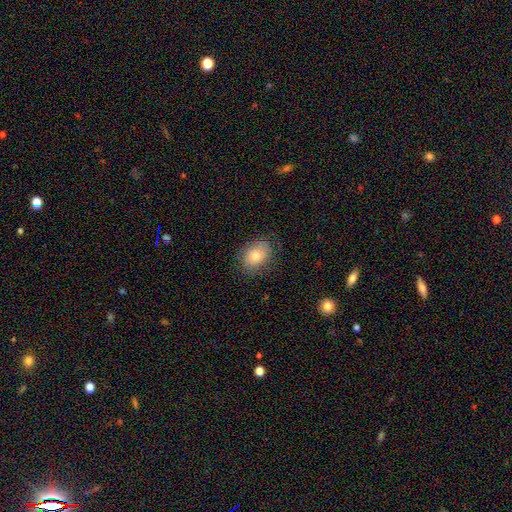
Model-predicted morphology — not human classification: This is likely a smooth galaxy (72%). How rounded: likely in between (63%). Merging: likely none (78%).